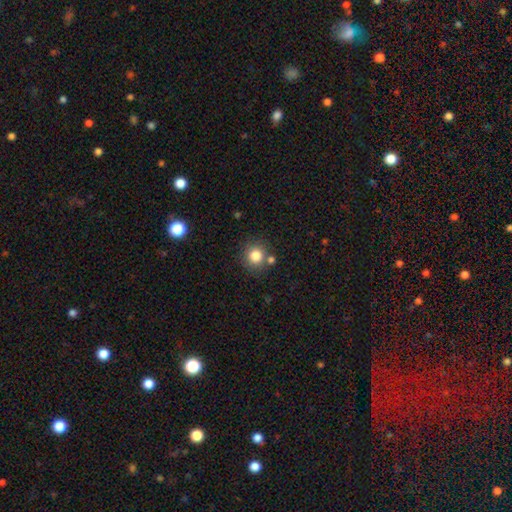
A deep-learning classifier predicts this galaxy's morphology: A smooth galaxy with no disk features (82%) that is round (92%).

Vote fractions:
- Smooth or featured? smooth: 82% / star or artifact: 11% / featured or disk: 7%
- How rounded? round: 92% / in between: 8% / cigar-shaped: 1%
- Merging? none: 76% / merger: 12% / minor disturbance: 9% / major disturbance: 3%